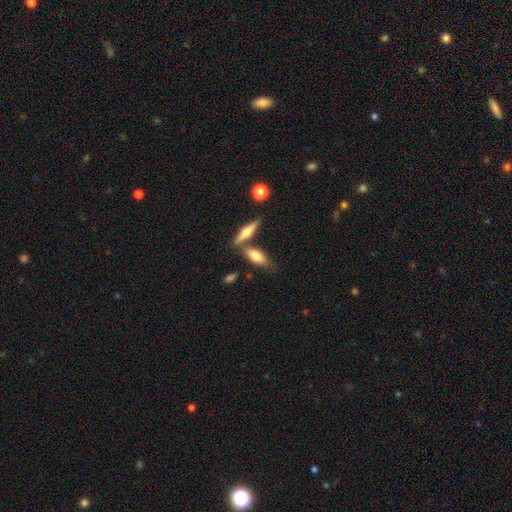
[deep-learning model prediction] A smooth galaxy with no disk features (69%) that is in between round and cigar-shaped (69%).

Vote fractions:
- Smooth or featured? smooth: 69% / featured or disk: 25% / star or artifact: 6%
- How rounded? in between: 69% / cigar-shaped: 28% / round: 3%
- Merging? none: 60% / merger: 25% / minor disturbance: 12% / major disturbance: 4%